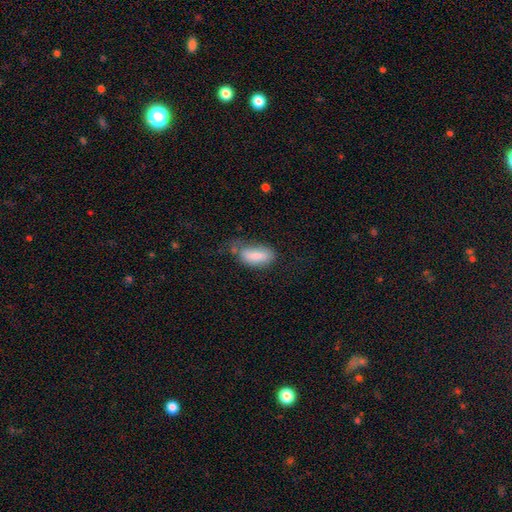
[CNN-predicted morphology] smooth 83%, featured or disk 10%, star or artifact 7%. Down the decision tree: how rounded — in between (89%); merging — none (39%).